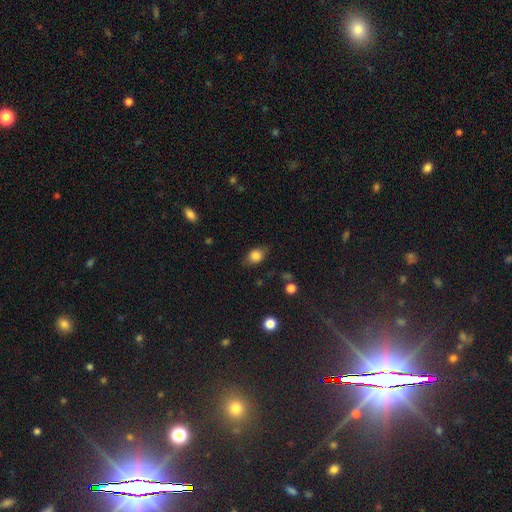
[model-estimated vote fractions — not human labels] Q: Smooth or featured?
A: smooth (82%); runner-up: star or artifact (9%)
Q: How rounded?
A: in between (62%); runner-up: round (36%)
Q: Merging?
A: none (74%); runner-up: minor disturbance (19%)